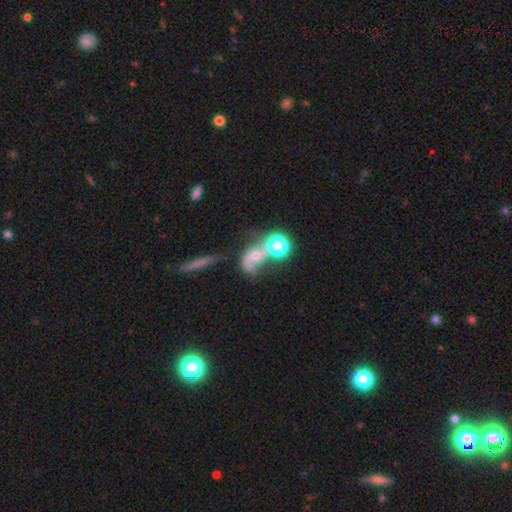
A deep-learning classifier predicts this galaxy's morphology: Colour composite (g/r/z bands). It shows a featured or disk galaxy (41%). Merging: merger (41%).